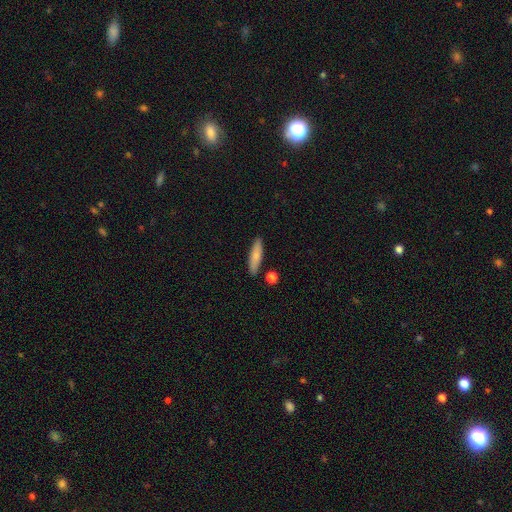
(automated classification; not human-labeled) Smooth or featured? Predicted: smooth (p=0.78). How rounded? Predicted: cigar-shaped (p=0.73). Merging? Predicted: none (p=0.86).